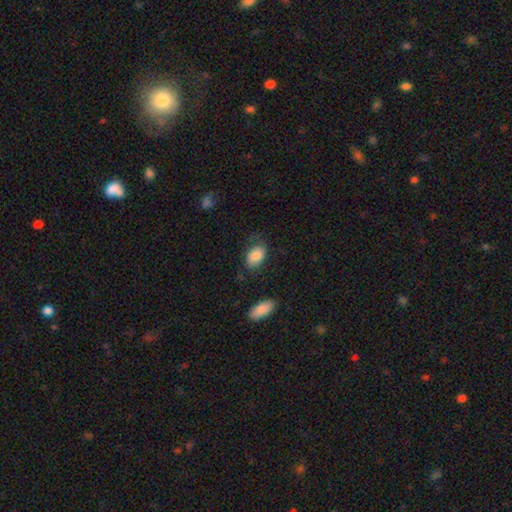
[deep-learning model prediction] smooth 83%, featured or disk 10%, star or artifact 7%. Down the decision tree: how rounded — in between (89%); merging — none (65%).